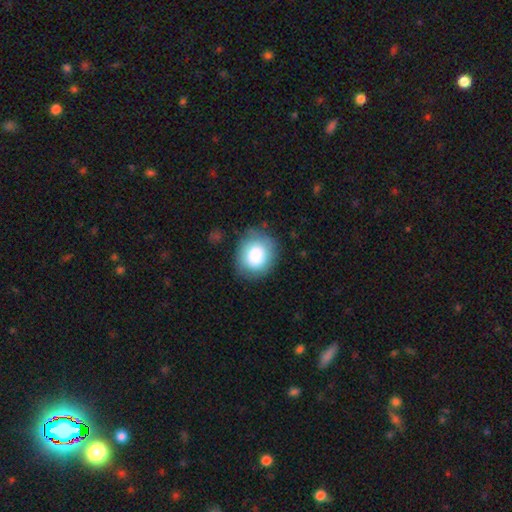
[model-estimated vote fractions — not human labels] Overall: smooth (83%). How rounded: round (73%). Merging: none (78%).